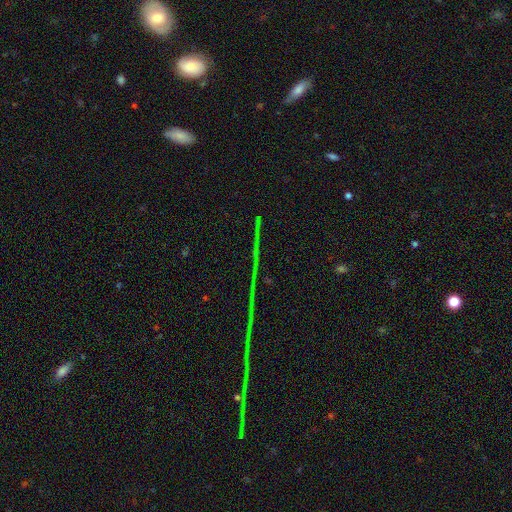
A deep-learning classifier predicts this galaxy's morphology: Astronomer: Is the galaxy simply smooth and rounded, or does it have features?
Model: star or artifact — 78%.